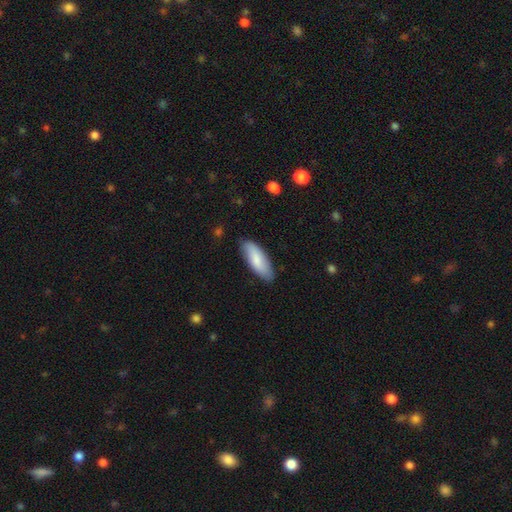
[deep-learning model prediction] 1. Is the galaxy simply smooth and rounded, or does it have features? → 79% smooth, 15% featured or disk, 6% star or artifact.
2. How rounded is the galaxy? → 69% in between, 29% cigar-shaped, 2% round.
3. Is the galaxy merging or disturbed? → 84% none, 12% minor disturbance, 2% major disturbance, 1% merger.